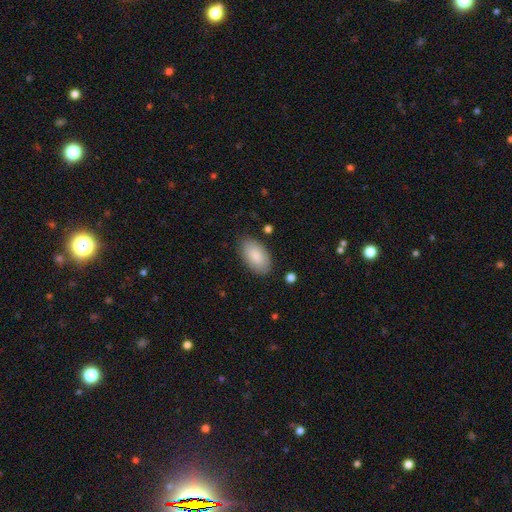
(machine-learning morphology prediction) Q: Smooth or featured?
A: smooth (86%); runner-up: featured or disk (8%)
Q: How rounded?
A: in between (95%); runner-up: round (3%)
Q: Merging?
A: none (84%); runner-up: minor disturbance (12%)